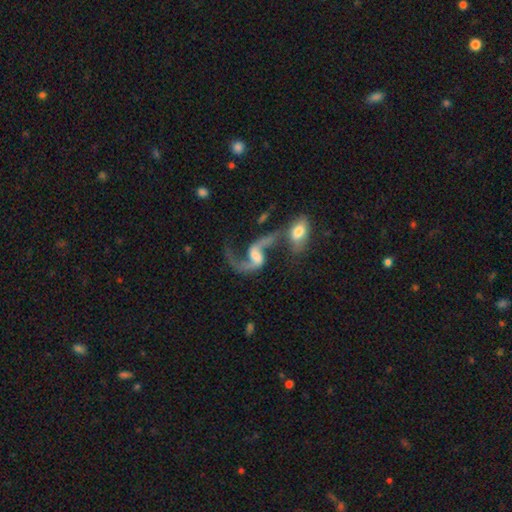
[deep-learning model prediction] The model was most divided on "bulge size" (2-way tie): none: 29%, moderate: 29%, small: 23%, large: 16%, dominant: 3%. Remaining: edge-on disk — no (97%); spiral arms — yes (93%); spiral winding — loose (86%); spiral arm count — 2 (85%); smooth or featured — featured or disk (85%); bar — weak (44%); merging — merger (42%).